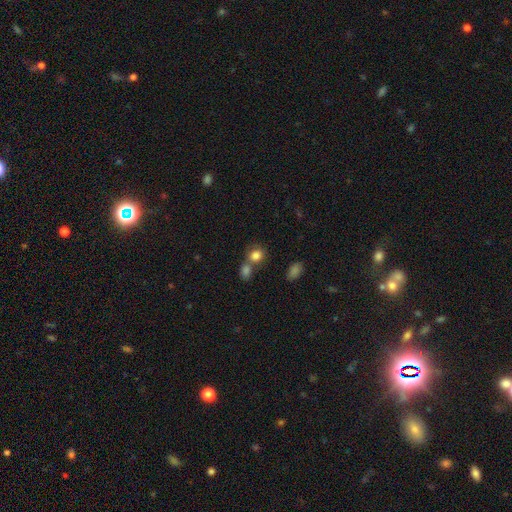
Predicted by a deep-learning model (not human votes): This is clearly a smooth galaxy (83%). How rounded: likely round (64%). Merging: possibly none (46%).